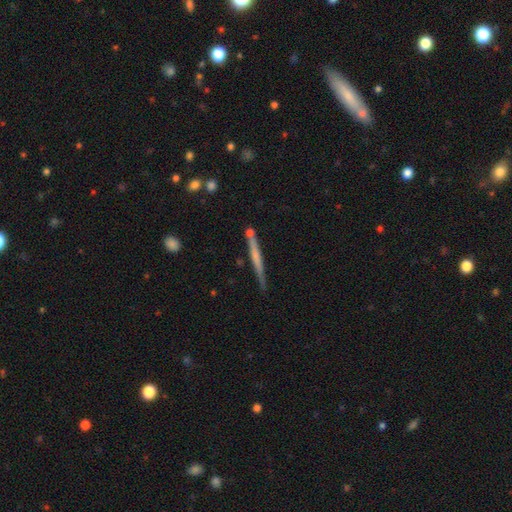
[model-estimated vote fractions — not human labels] Smooth or featured? Predicted: featured or disk (p=0.51). Edge-on disk? Predicted: yes (p=0.96). Merging? Predicted: none (p=0.76).